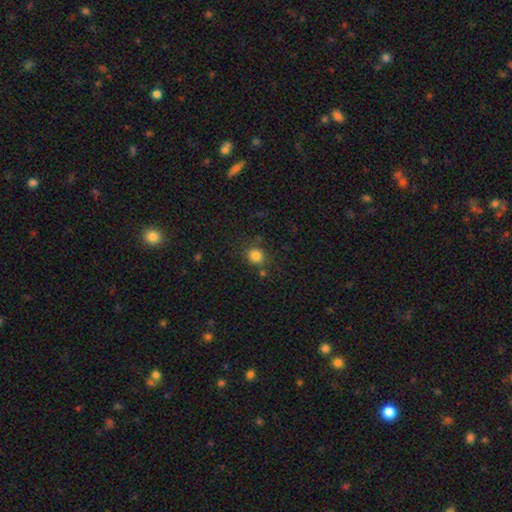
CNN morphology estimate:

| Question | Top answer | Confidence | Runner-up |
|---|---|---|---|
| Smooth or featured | smooth | 83% | star or artifact (12%) |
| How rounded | round | 85% | in between (14%) |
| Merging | none | 78% | minor disturbance (12%) |